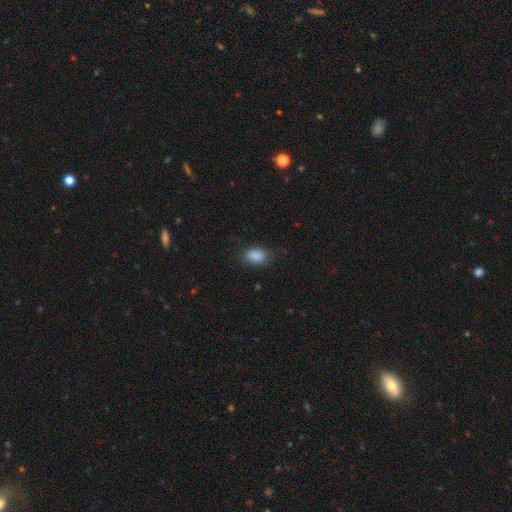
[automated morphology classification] Smooth or featured? smooth (88%)
How rounded? in between (84%)
Merging? none (78%)